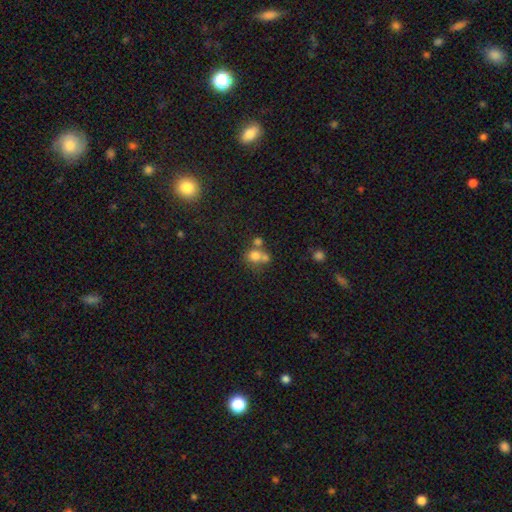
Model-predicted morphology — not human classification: This is likely a smooth galaxy (73%). How rounded: likely round (70%). Merging: possibly merger (45%).